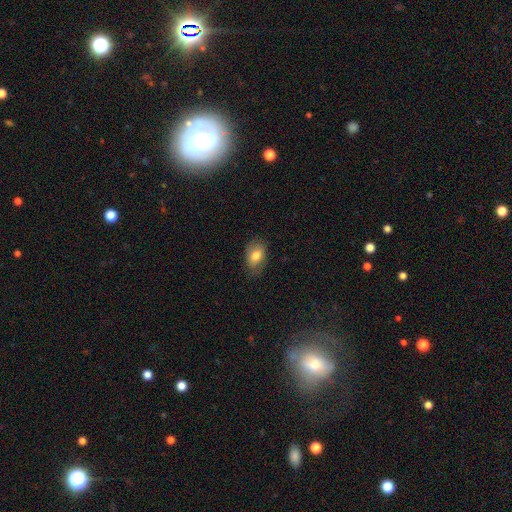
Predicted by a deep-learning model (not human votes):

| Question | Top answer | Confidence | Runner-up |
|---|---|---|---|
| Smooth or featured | smooth | 79% | featured or disk (13%) |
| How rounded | in between | 87% | round (11%) |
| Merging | none | 76% | minor disturbance (19%) |